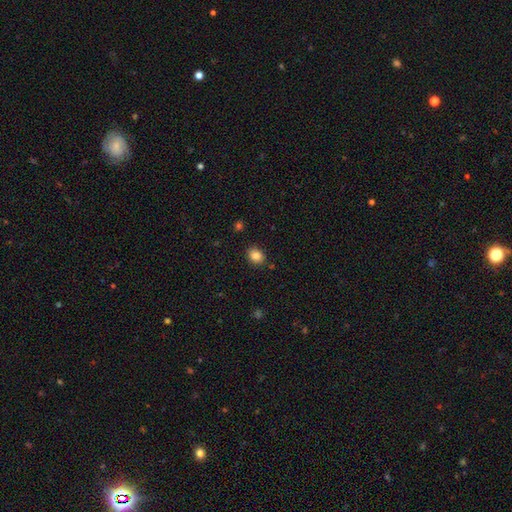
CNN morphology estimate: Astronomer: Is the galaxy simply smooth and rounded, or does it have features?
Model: smooth — 85%.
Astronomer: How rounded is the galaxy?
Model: in between — 53% (runner-up: round, 46%).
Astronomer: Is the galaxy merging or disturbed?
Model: none — 85%.